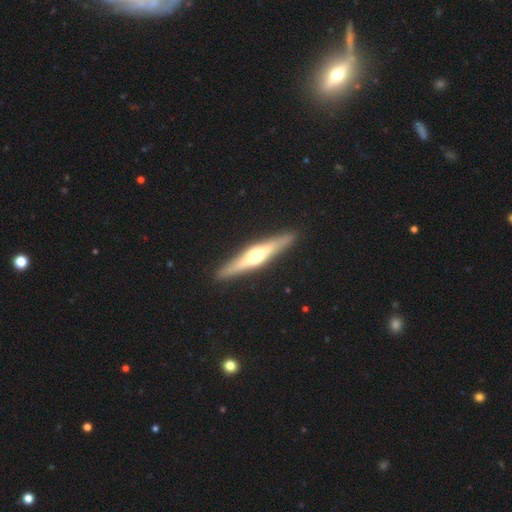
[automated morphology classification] Overall: featured or disk (71%). Edge-on disk: yes (97%). Edge-on bulge: rounded (89%). Merging: none (92%).